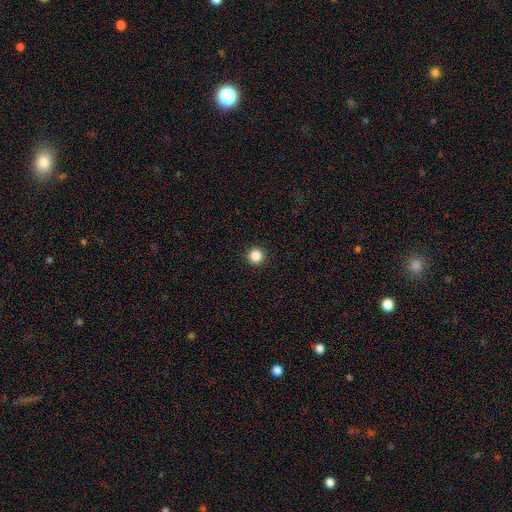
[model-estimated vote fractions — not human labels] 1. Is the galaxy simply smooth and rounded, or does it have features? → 86% smooth, 11% star or artifact, 3% featured or disk.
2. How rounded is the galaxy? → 96% round, 4% in between, 1% cigar-shaped.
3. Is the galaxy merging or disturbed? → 93% none, 4% minor disturbance, 2% major disturbance, 1% merger.